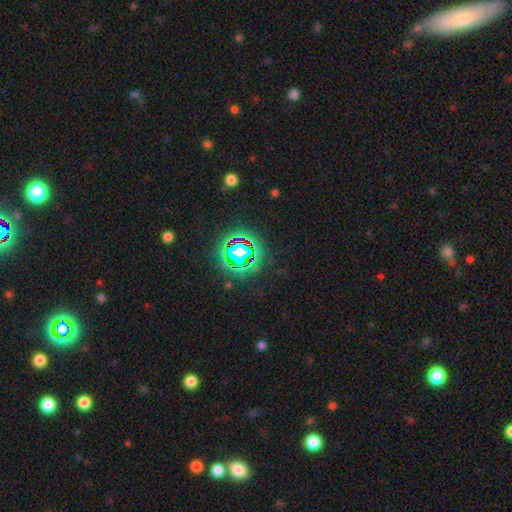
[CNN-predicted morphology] This is clearly a star or artifact rather than a galaxy (80%).